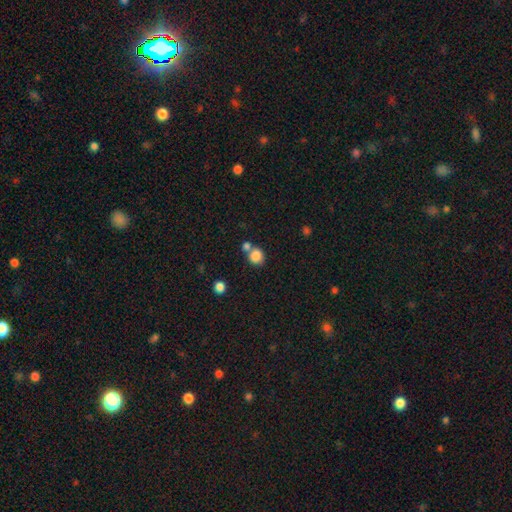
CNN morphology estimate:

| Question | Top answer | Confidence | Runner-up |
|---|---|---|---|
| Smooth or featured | smooth | 84% | star or artifact (10%) |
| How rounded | round | 72% | in between (27%) |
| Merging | none | 50% | merger (36%) |